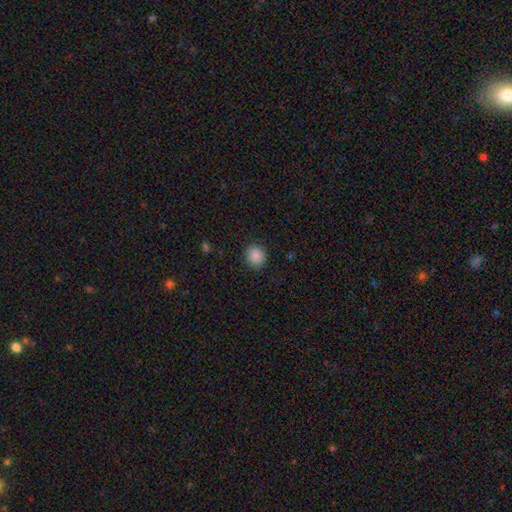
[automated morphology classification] smooth_or_featured: smooth (p=0.87) [alt: star or artifact p=0.09]
how_rounded: round (p=0.78) [alt: in between p=0.21]
merging: none (p=0.90) [alt: minor disturbance p=0.07]